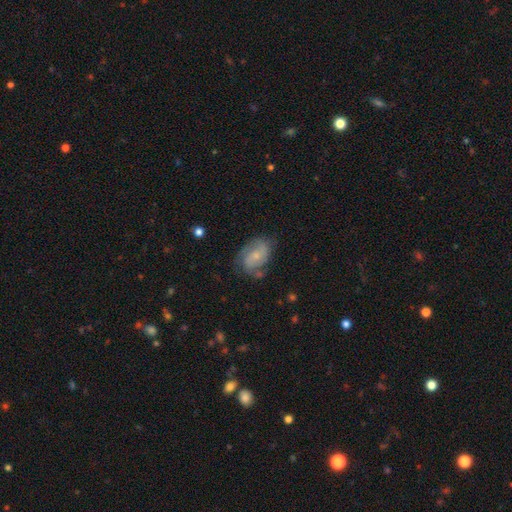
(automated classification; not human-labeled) The model was most divided on "spiral winding": medium: 45%, tight: 34%, loose: 21%. More confident: edge-on disk — no (97%); spiral arms — yes (88%); spiral arm count — 2 (68%); bulge size — small (65%); merging — none (63%); smooth or featured — featured or disk (63%); bar — no (63%).